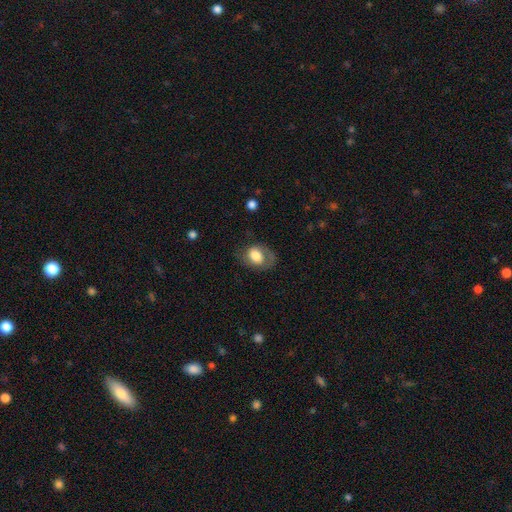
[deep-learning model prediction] smooth_or_featured: smooth (p=0.65) [alt: featured or disk p=0.27]
how_rounded: in between (p=0.69) [alt: round p=0.30]
merging: none (p=0.55) [alt: minor disturbance p=0.24]